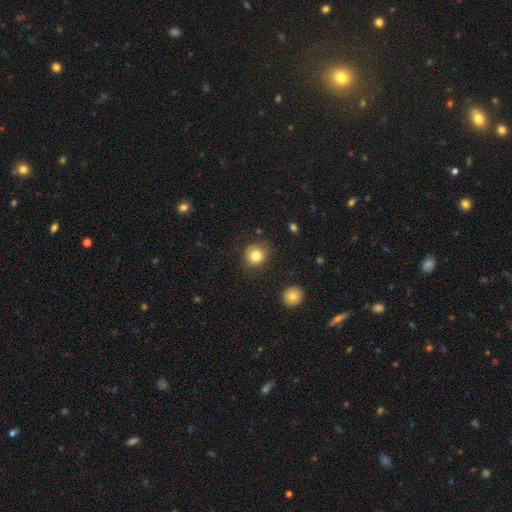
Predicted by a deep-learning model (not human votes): Smooth or featured? smooth (81%)
How rounded? round (84%)
Merging? none (81%)